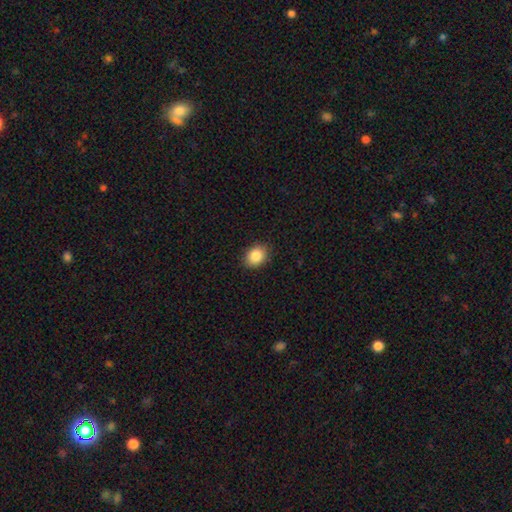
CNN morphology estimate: Overall: smooth (86%). How rounded: in between (51%; round 48%). Merging: none (88%).